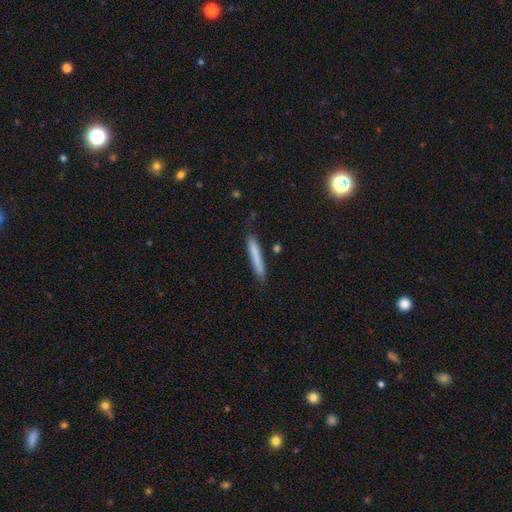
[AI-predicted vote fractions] This is likely a smooth galaxy (77%). How rounded: clearly cigar-shaped (95%). Merging: clearly none (82%).